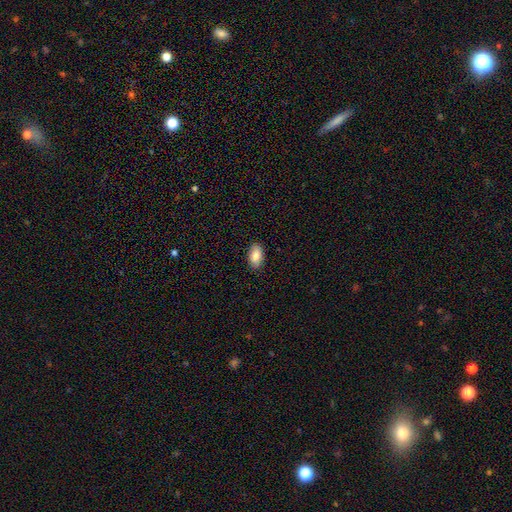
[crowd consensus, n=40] This is clearly a smooth galaxy (88%). How rounded: clearly in between (91%). Merging: clearly none (92%).